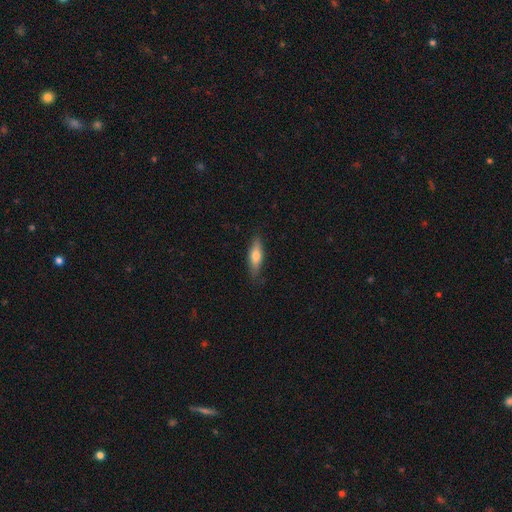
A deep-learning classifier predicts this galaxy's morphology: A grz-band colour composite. It shows a smooth galaxy with no disk features (67%) that is in between round and cigar-shaped (52%). Merging: none (81%).